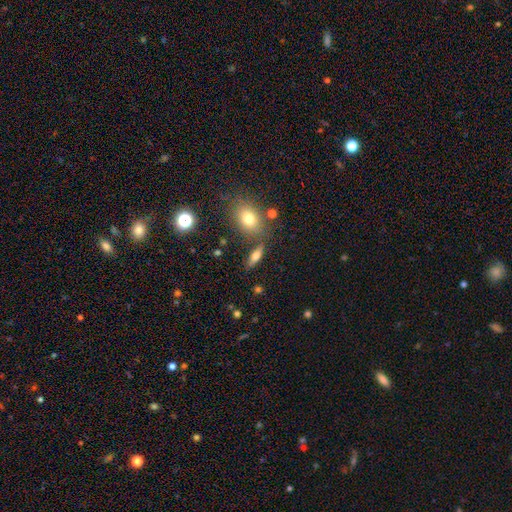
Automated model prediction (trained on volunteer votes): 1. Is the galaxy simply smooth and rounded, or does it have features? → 61% smooth, 27% featured or disk, 11% star or artifact.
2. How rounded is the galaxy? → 59% in between, 34% cigar-shaped, 7% round.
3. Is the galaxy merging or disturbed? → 74% none, 13% minor disturbance, 9% merger, 5% major disturbance.